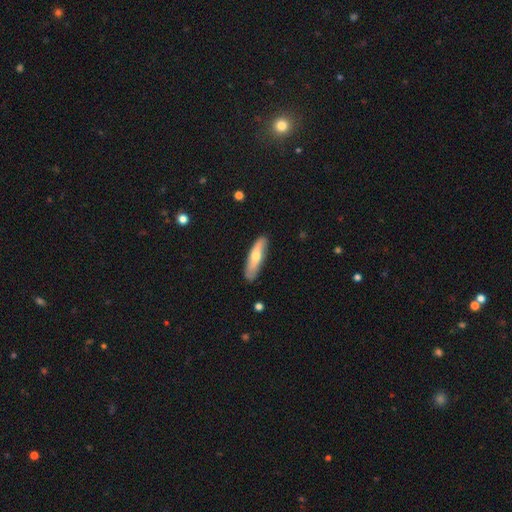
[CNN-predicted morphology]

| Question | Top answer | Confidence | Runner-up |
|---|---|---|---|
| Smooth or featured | smooth | 60% | featured or disk (34%) |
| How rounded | cigar-shaped | 69% | in between (29%) |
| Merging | none | 84% | minor disturbance (12%) |